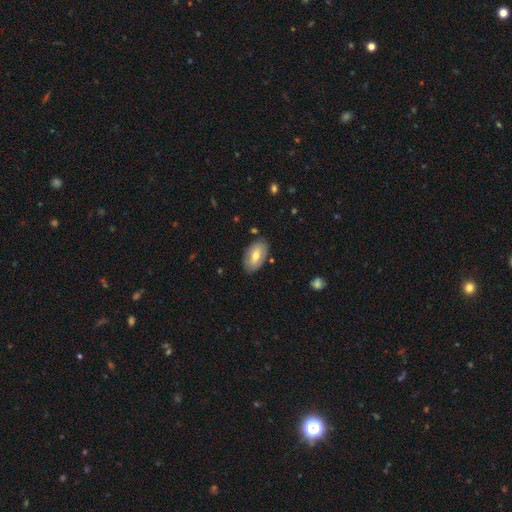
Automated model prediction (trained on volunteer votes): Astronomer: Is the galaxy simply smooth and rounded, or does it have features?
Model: smooth — 63%.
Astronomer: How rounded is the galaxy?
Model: in between — 94%.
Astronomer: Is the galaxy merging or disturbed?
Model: none — 83%.